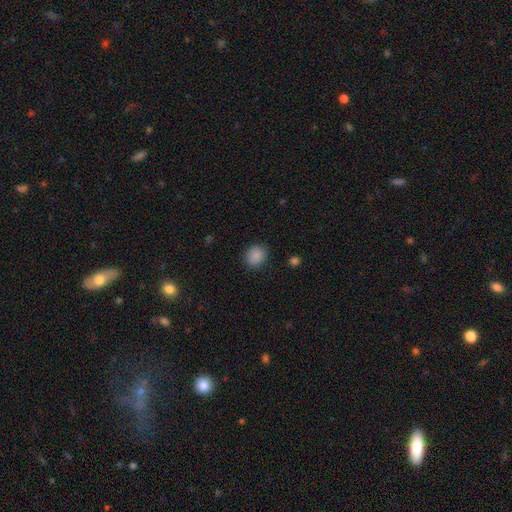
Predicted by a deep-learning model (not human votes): A smooth galaxy with no disk features (88%) that is round (62%).

Vote fractions:
- Smooth or featured? smooth: 88% / star or artifact: 9% / featured or disk: 3%
- How rounded? round: 62% / in between: 37% / cigar-shaped: 1%
- Merging? none: 87% / minor disturbance: 9% / major disturbance: 3% / merger: 1%